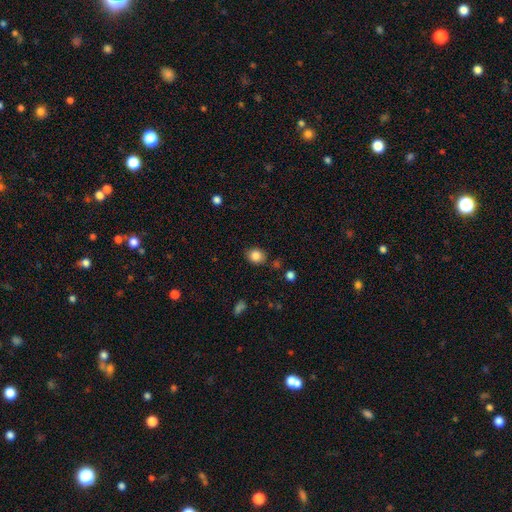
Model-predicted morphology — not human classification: smooth 85%, star or artifact 10%, featured or disk 5%. Down the decision tree: how rounded — round (63%); merging — none (81%).